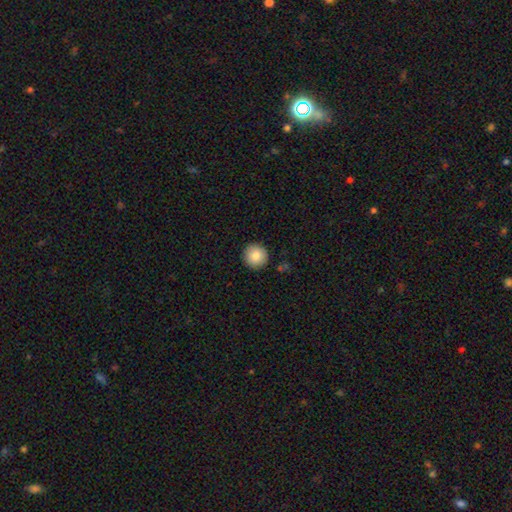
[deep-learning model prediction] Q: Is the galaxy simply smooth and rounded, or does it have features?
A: smooth — 85%.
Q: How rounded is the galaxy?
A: round — 95%.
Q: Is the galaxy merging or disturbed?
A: none — 91%.